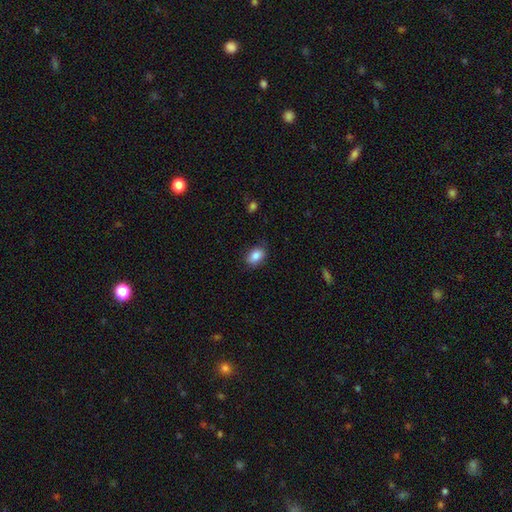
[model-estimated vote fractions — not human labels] Smooth or featured: smooth — 86% (star or artifact — 8%)
How rounded: in between — 84% (round — 15%)
Merging: none — 82% (minor disturbance — 14%)